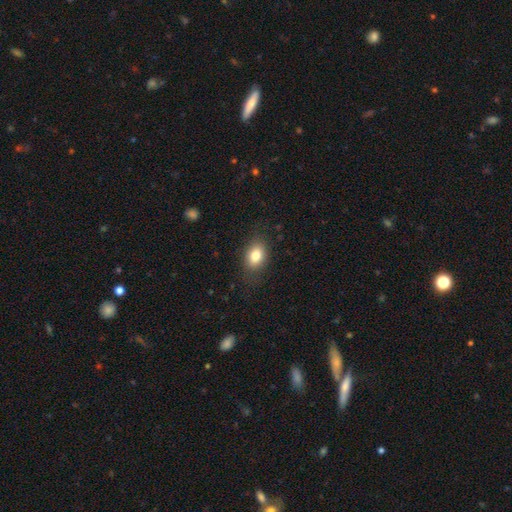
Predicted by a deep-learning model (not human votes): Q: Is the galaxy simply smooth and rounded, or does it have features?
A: smooth — 81%.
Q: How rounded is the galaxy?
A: in between — 79%.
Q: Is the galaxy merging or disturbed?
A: none — 82%.